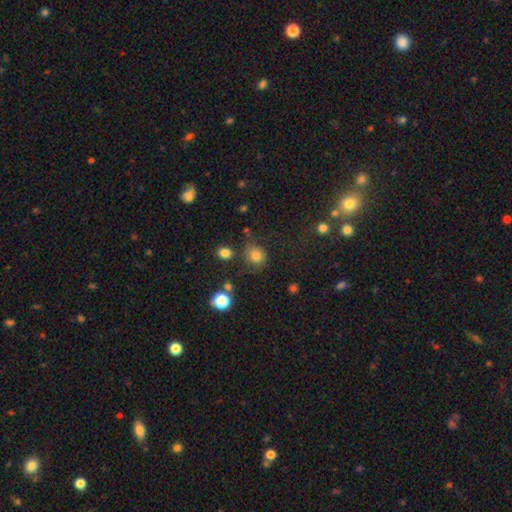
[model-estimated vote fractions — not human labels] This appears to be a smooth galaxy with no disk features (78%) that is round (79%). Merging: none (70%).